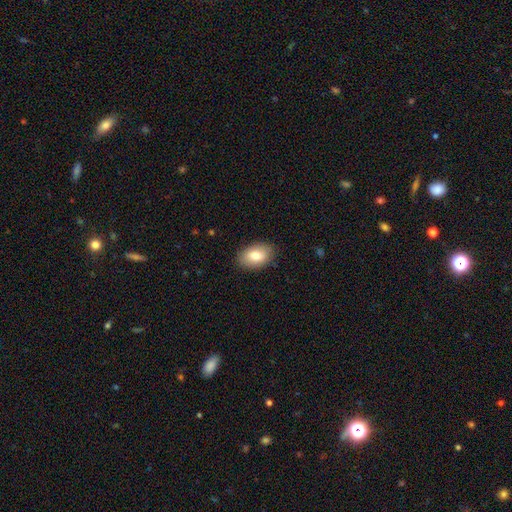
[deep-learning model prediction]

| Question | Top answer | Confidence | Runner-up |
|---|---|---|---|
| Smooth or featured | smooth | 79% | featured or disk (14%) |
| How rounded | in between | 89% | round (10%) |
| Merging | none | 87% | minor disturbance (10%) |